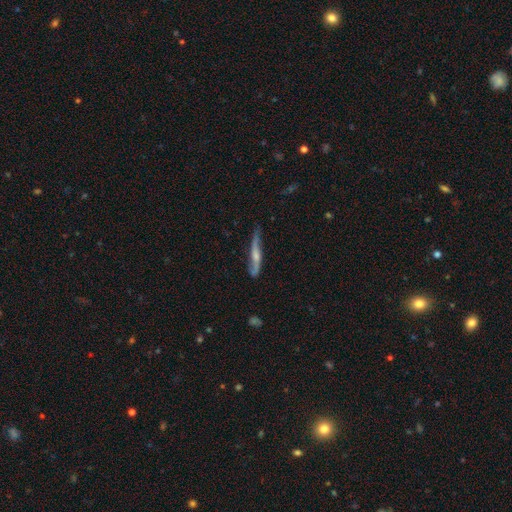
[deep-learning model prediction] A featured or disk galaxy (61%) viewed edge-on (62%). Merging: none (58%).